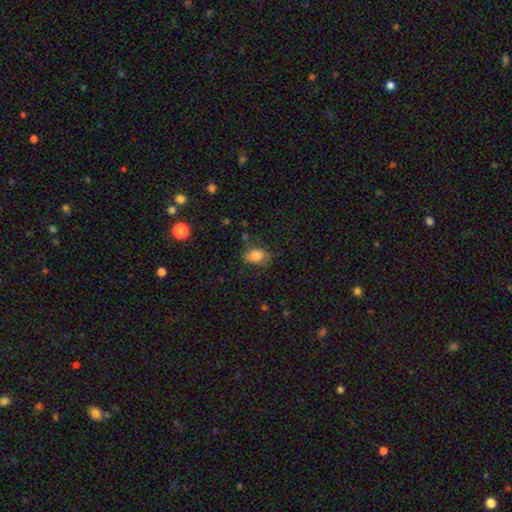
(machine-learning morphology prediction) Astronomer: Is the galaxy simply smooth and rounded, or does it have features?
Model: smooth — 80%.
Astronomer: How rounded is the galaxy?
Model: in between — 79%.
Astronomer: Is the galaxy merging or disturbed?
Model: none — 63%.